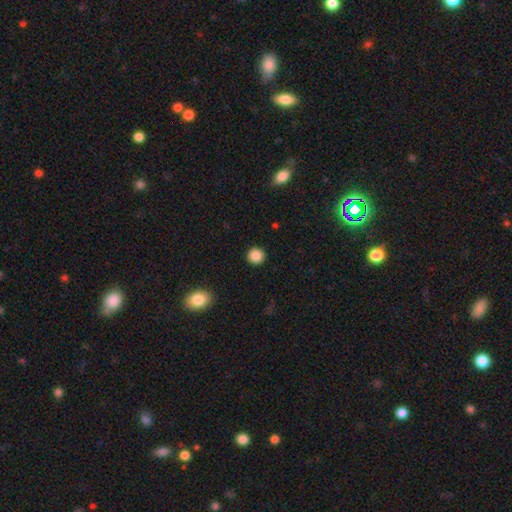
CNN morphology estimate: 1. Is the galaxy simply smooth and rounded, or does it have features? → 87% smooth, 10% star or artifact, 3% featured or disk.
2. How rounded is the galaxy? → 94% round, 5% in between, 1% cigar-shaped.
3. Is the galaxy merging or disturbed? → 93% none, 5% minor disturbance, 2% major disturbance, 1% merger.